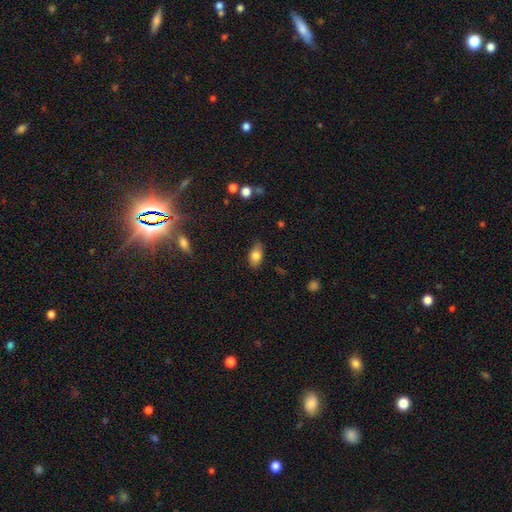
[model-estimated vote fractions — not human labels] Smooth or featured: smooth — 80% (featured or disk — 12%)
How rounded: in between — 88% (round — 8%)
Merging: none — 79% (minor disturbance — 17%)